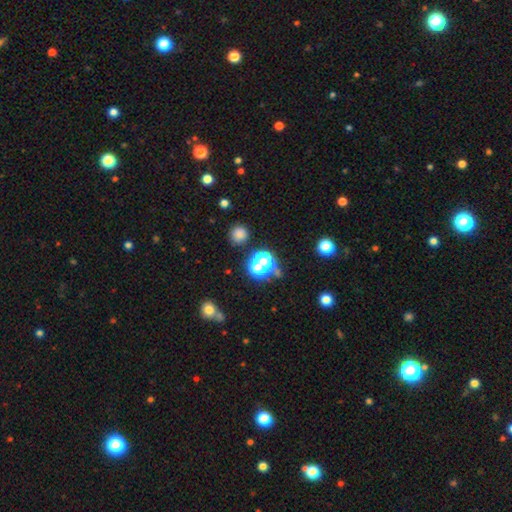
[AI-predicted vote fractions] smooth 52%, star or artifact 38%, featured or disk 10%. Down the decision tree: how rounded — round (81%); merging — none (70%).